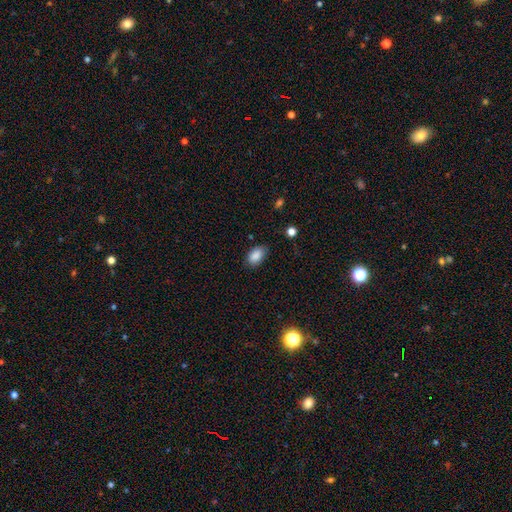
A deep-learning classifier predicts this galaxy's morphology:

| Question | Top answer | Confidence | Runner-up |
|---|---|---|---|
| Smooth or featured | smooth | 88% | star or artifact (8%) |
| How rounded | in between | 90% | round (8%) |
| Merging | none | 79% | minor disturbance (16%) |